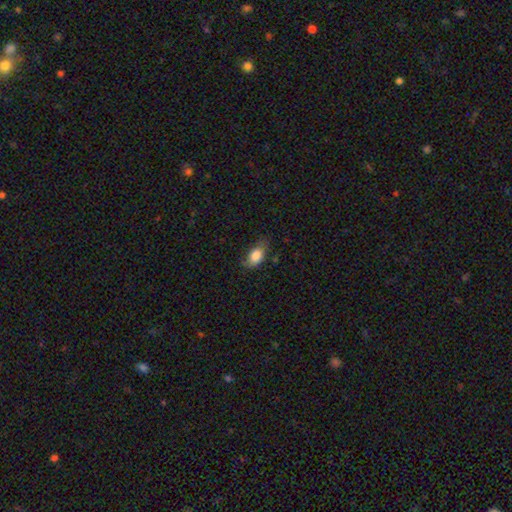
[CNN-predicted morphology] A smooth galaxy with no disk features (83%) that is in between round and cigar-shaped (88%). Merging: none (55%).